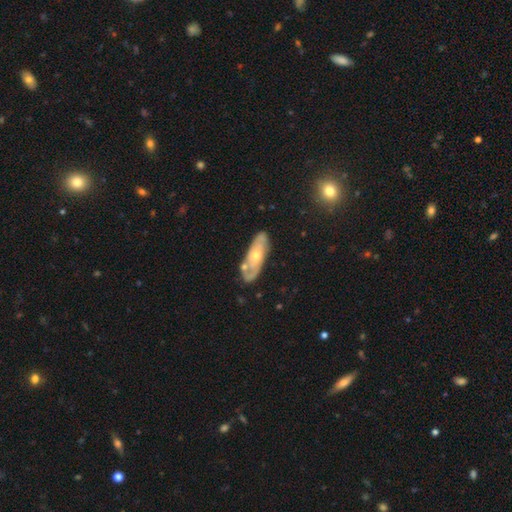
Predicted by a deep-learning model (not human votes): Overall: featured or disk (65%; smooth 28%). Edge-on disk: no (81%). Bar: no (80%). Spiral arms: yes (67%; no 33%). Bulge size: small (52%; moderate 44%). Merging: none (68%).